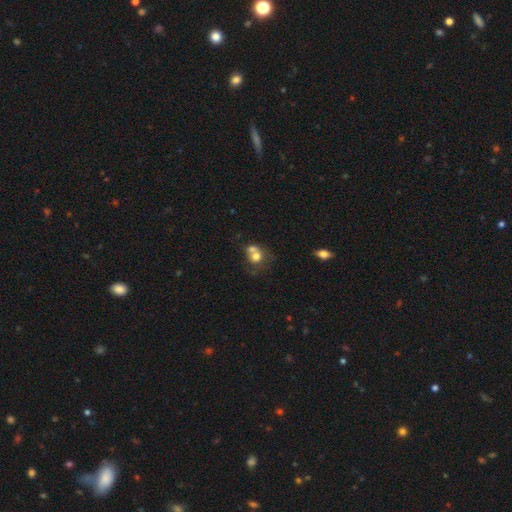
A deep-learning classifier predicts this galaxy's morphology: This appears to be a smooth galaxy with no disk features (67%) that is round (72%). Merging: merger (57%).